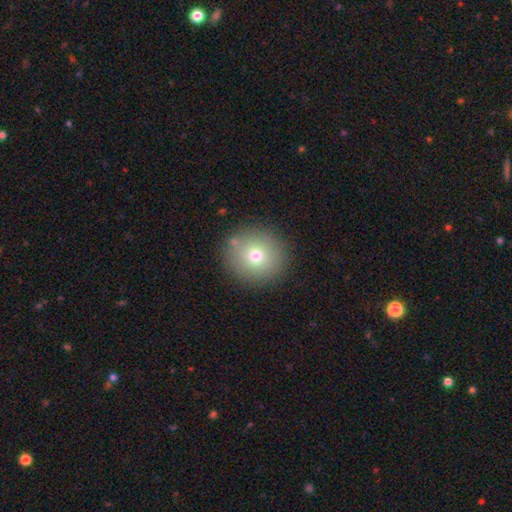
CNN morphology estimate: A smooth galaxy with no disk features (73%) that is round (92%).

Vote fractions:
- Smooth or featured? smooth: 73% / featured or disk: 14% / star or artifact: 13%
- How rounded? round: 92% / in between: 7% / cigar-shaped: 1%
- Merging? none: 87% / minor disturbance: 8% / major disturbance: 3% / merger: 3%